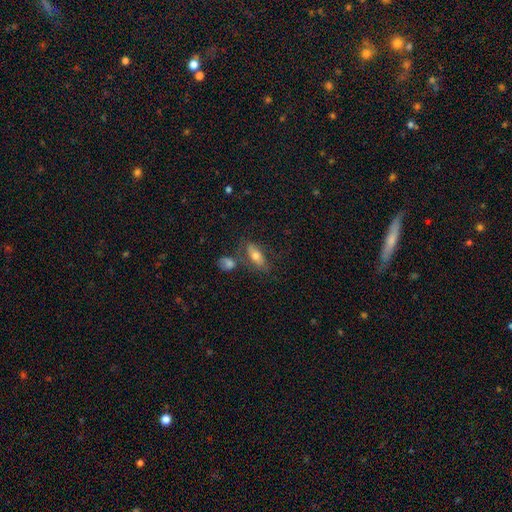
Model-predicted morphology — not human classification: The model was most divided on "smooth or featured": smooth: 63%, featured or disk: 29%, star or artifact: 8%. More confident: how rounded — in between (78%); merging — none (58%).